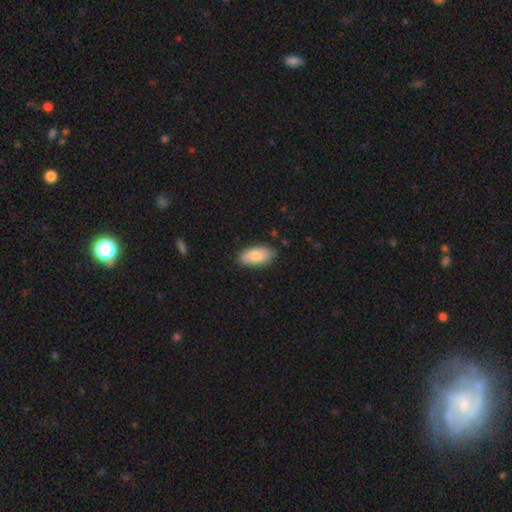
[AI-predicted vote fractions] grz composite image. It shows a smooth galaxy with no disk features (83%) that is in between round and cigar-shaped (91%). Merging: none (83%).